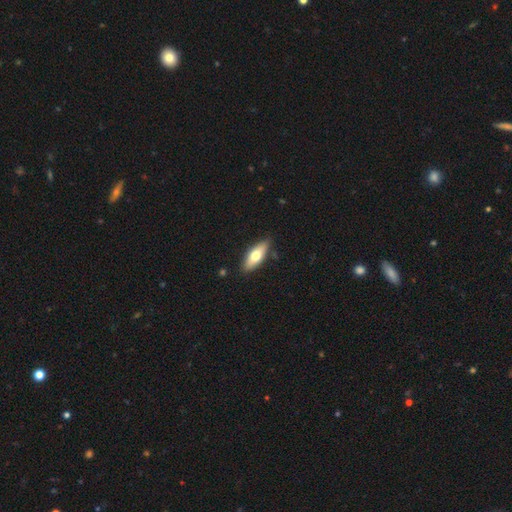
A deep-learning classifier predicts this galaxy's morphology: Smooth or featured?
  - smooth: 61% *
  - featured or disk: 34%
  - star or artifact: 6%
How rounded?
  - in between: 65% *
  - cigar-shaped: 32%
  - round: 2%
Merging?
  - none: 85% *
  - minor disturbance: 11%
  - major disturbance: 2%
  - merger: 2%